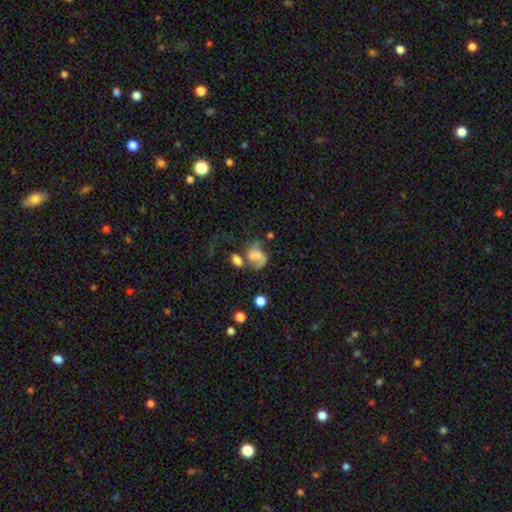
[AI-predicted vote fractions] Q: Smooth or featured?
A: smooth (48%); runner-up: featured or disk (39%)
Q: Merging?
A: merger (32%); runner-up: major disturbance (29%)